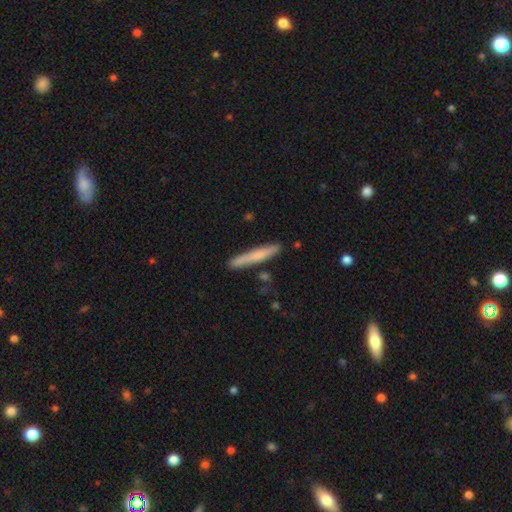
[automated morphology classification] Smooth or featured? smooth (65%)
How rounded? cigar-shaped (95%)
Merging? none (85%)